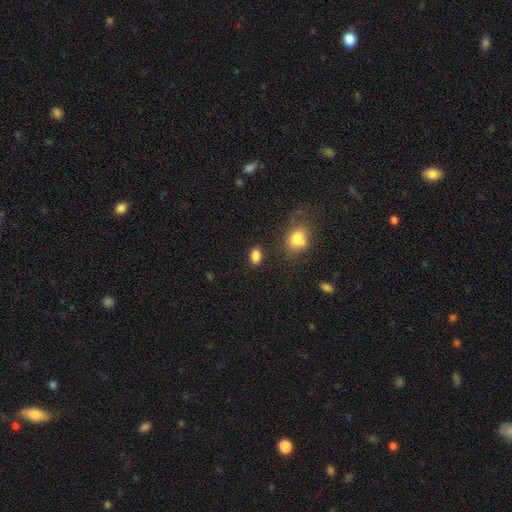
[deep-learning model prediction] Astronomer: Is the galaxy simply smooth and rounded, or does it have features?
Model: smooth — 85%.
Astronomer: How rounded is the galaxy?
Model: in between — 84%.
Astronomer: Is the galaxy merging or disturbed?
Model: none — 81%.